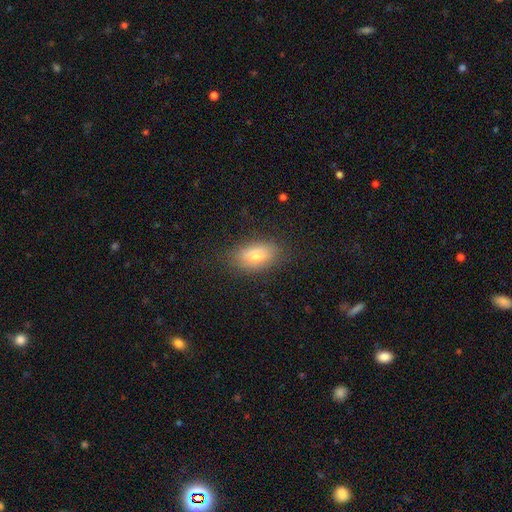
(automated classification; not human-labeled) smooth-or-featured: smooth: 74% | featured or disk: 17% | star or artifact: 9%
  how-rounded: in between: 88% | round: 8% | cigar-shaped: 4%
  merging: none: 81% | minor disturbance: 14% | major disturbance: 4% | merger: 1%